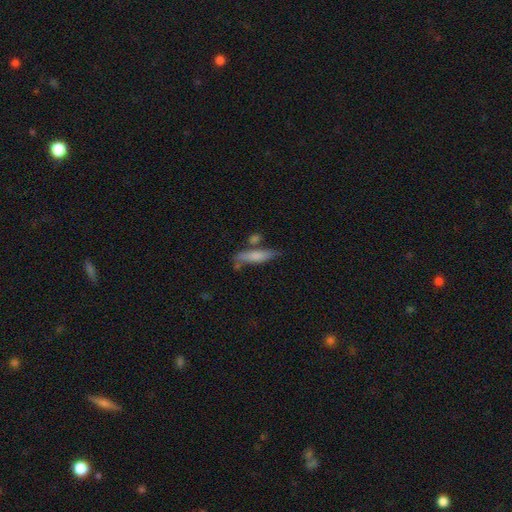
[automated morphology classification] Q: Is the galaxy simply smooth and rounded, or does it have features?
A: smooth — 72%.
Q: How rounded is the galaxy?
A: cigar-shaped — 77%.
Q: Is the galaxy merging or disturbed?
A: none — 63%.